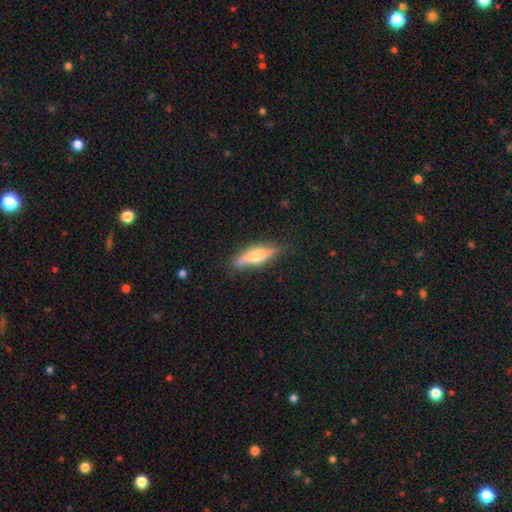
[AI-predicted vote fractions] Smooth or featured? smooth (47%)
Merging? none (73%)